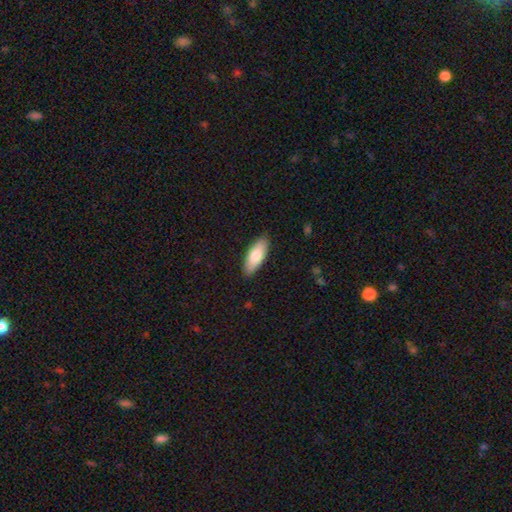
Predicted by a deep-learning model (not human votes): A smooth galaxy with no disk features (76%) that is in between round and cigar-shaped (75%).

Vote fractions:
- Smooth or featured? smooth: 76% / featured or disk: 18% / star or artifact: 6%
- How rounded? in between: 75% / cigar-shaped: 23% / round: 2%
- Merging? none: 88% / minor disturbance: 9% / major disturbance: 2% / merger: 1%